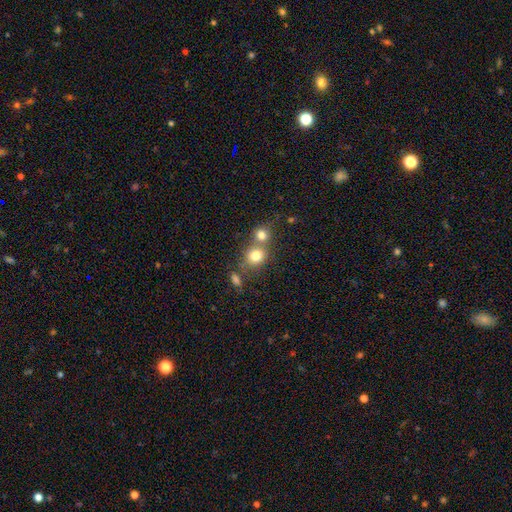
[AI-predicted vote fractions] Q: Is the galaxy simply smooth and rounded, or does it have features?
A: smooth — 78%.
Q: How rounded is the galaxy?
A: round — 77%.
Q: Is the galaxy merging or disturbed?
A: none — 46%.